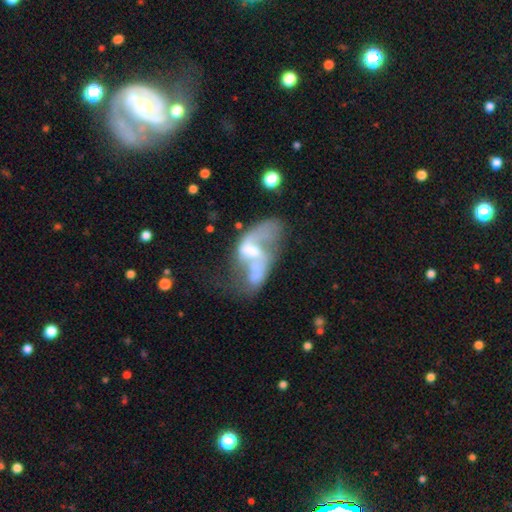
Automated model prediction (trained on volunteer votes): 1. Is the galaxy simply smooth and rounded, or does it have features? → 72% featured or disk, 18% smooth, 10% star or artifact.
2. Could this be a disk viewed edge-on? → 95% no, 5% yes.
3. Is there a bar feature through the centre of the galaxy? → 48% no, 38% weak, 13% strong.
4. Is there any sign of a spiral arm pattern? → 68% yes, 32% no.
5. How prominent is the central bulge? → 38% moderate, 36% small, 19% none, 6% large, 2% dominant.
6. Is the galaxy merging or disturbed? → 33% merger, 29% major disturbance, 23% none, 15% minor disturbance.